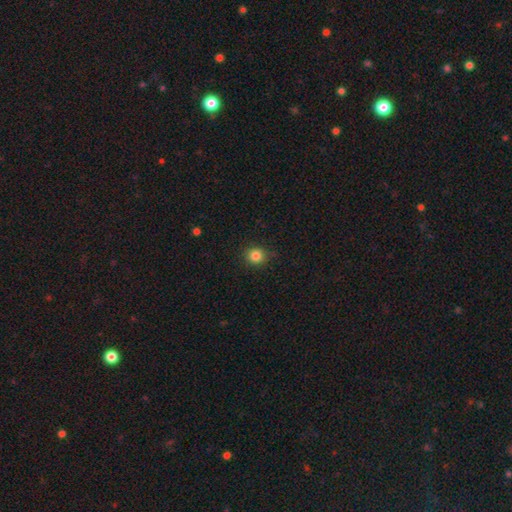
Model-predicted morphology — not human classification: smooth 84%, star or artifact 12%, featured or disk 4%. Down the decision tree: how rounded — round (89%); merging — none (86%).